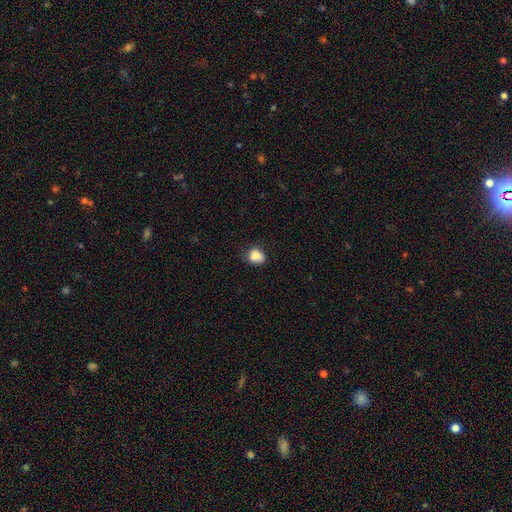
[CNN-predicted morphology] This appears to be a smooth galaxy with no disk features (85%) that is round (51%). Merging: none (59%).